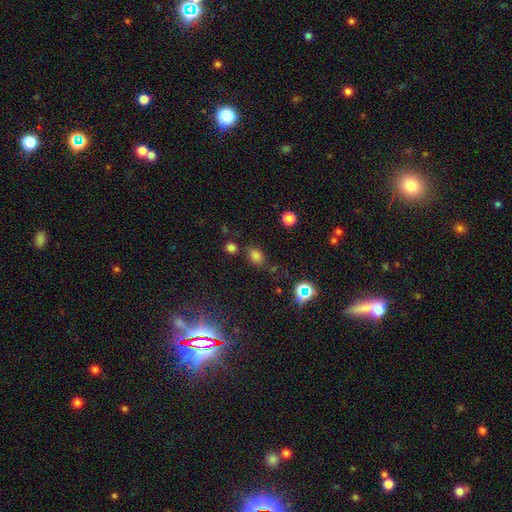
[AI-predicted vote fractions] smooth-or-featured: smooth: 73% | star or artifact: 21% | featured or disk: 7%
  how-rounded: in between: 74% | round: 24% | cigar-shaped: 2%
  merging: none: 71% | minor disturbance: 15% | merger: 9% | major disturbance: 5%